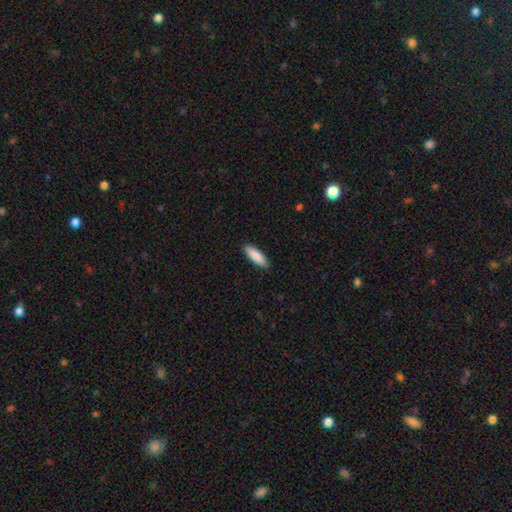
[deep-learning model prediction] Q: Smooth or featured?
A: smooth (88%); runner-up: featured or disk (7%)
Q: How rounded?
A: cigar-shaped (53%); runner-up: in between (45%)
Q: Merging?
A: none (90%); runner-up: minor disturbance (7%)